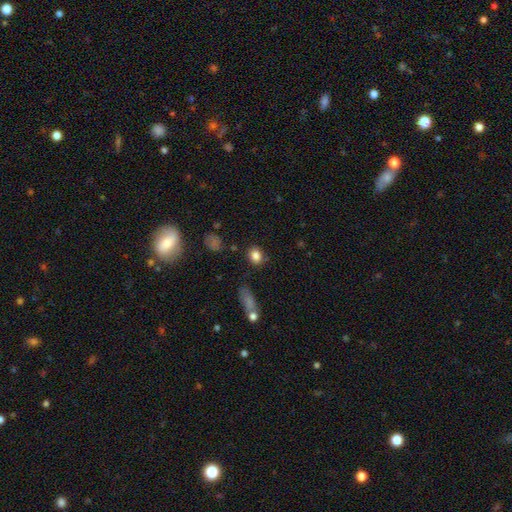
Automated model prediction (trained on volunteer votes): A smooth galaxy with no disk features (83%) that is in between round and cigar-shaped (51%). Merging: none (80%).